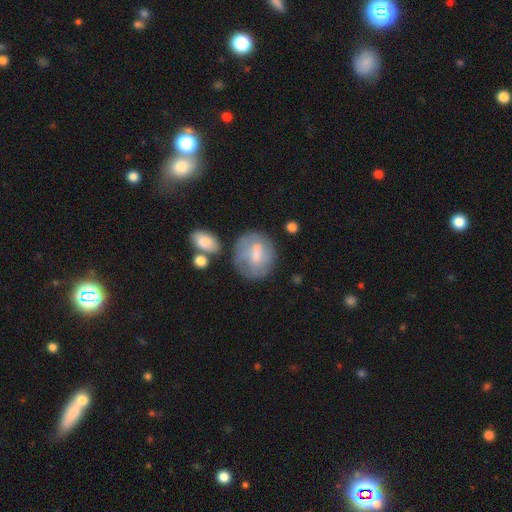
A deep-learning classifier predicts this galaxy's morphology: smooth 51%, featured or disk 40%, star or artifact 9%. Down the decision tree: how rounded — round (67%); merging — none (56%).